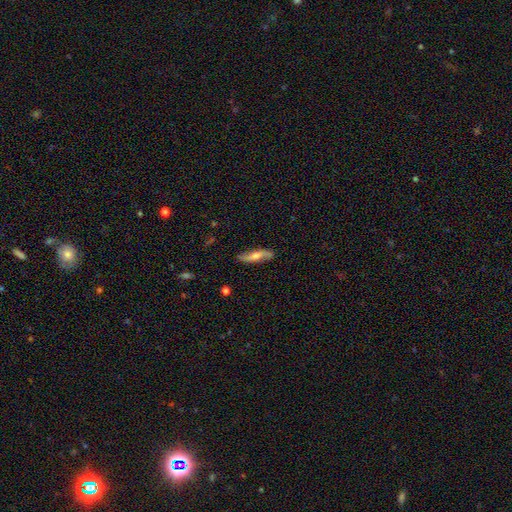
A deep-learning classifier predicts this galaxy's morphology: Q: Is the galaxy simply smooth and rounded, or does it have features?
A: featured or disk — 61%.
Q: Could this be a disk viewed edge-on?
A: no — 63%.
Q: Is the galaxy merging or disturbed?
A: none — 83%.